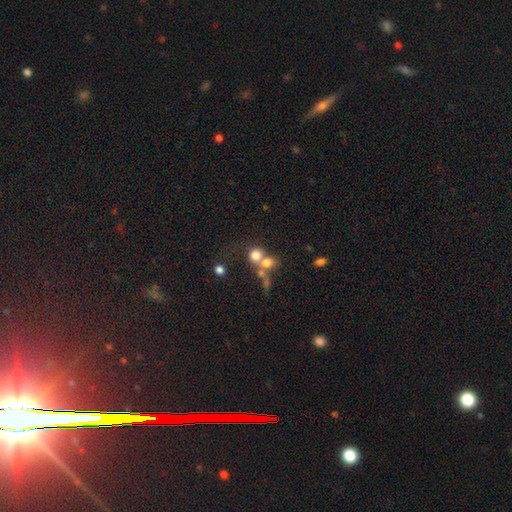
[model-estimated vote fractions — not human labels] Overall: smooth (71%). How rounded: round (79%). Merging: merger (52%; none 34%).